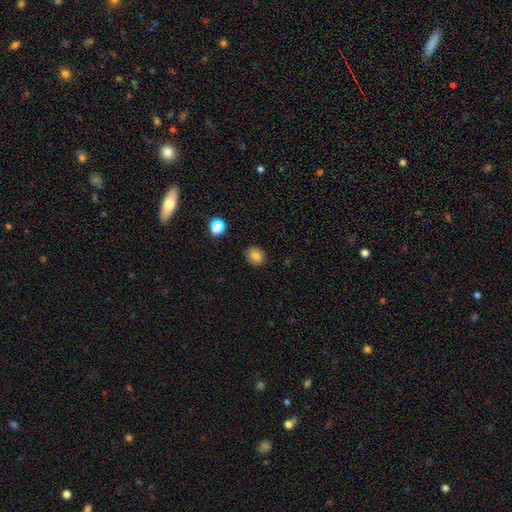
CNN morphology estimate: The model was most divided on "how rounded": round: 70%, in between: 29%, cigar-shaped: 1%. More confident: merging — none (87%); smooth or featured — smooth (80%).